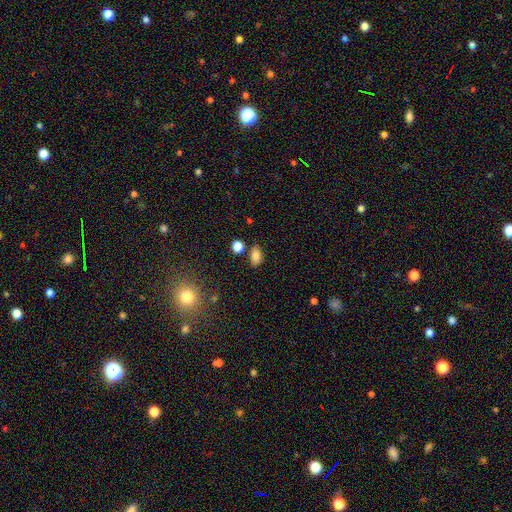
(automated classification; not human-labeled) A smooth galaxy with no disk features (82%) that is in between round and cigar-shaped (87%).

Vote fractions:
- Smooth or featured? smooth: 82% / star or artifact: 10% / featured or disk: 8%
- How rounded? in between: 87% / round: 10% / cigar-shaped: 3%
- Merging? none: 78% / minor disturbance: 13% / merger: 6% / major disturbance: 3%